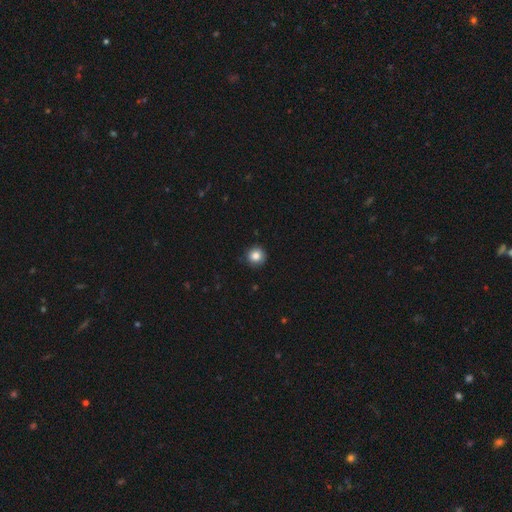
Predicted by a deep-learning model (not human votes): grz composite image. It shows a smooth galaxy with no disk features (85%) that is round (93%). Merging: none (89%).